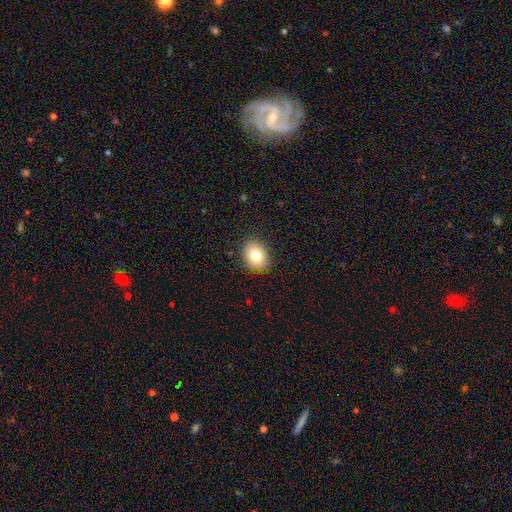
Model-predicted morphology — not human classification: Smooth or featured: smooth — 79% (featured or disk — 12%)
How rounded: in between — 56% (round — 43%)
Merging: none — 88% (minor disturbance — 9%)